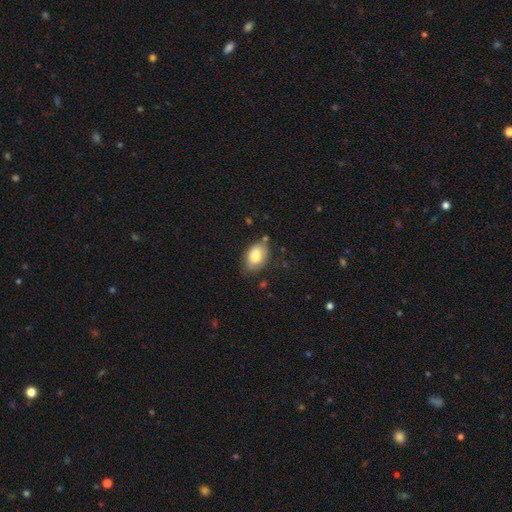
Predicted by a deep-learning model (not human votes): The model was most divided on "merging": none: 68%, minor disturbance: 24%, major disturbance: 5%, merger: 3%. More confident: how rounded — in between (88%); smooth or featured — smooth (79%).